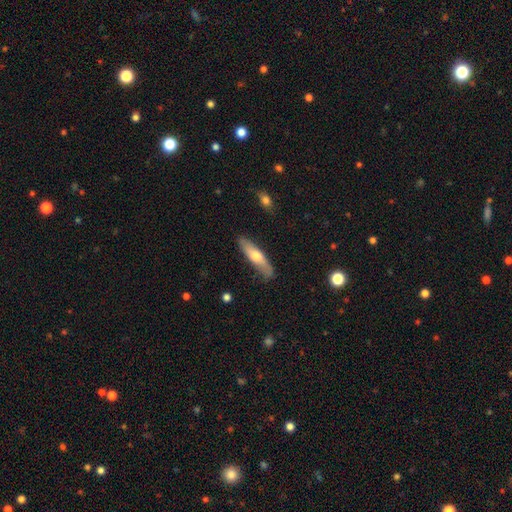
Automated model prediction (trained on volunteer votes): Overall: smooth (56%; featured or disk 38%). How rounded: cigar-shaped (75%). Merging: none (81%).